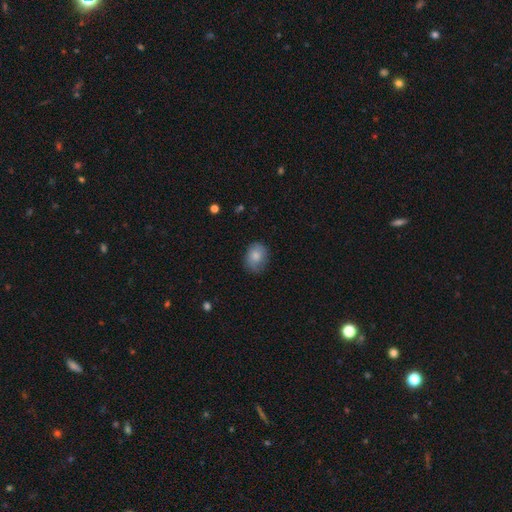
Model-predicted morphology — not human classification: This is clearly a smooth galaxy (82%). How rounded: possibly in between (59%). Merging: likely none (72%).